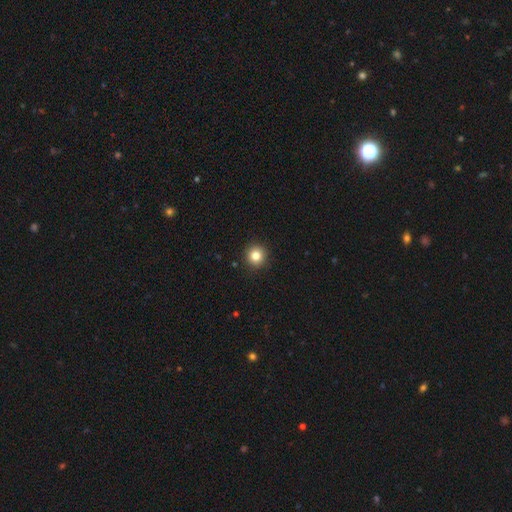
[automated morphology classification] Smooth or featured? Predicted: smooth (p=0.82). How rounded? Predicted: round (p=0.94). Merging? Predicted: none (p=0.92).